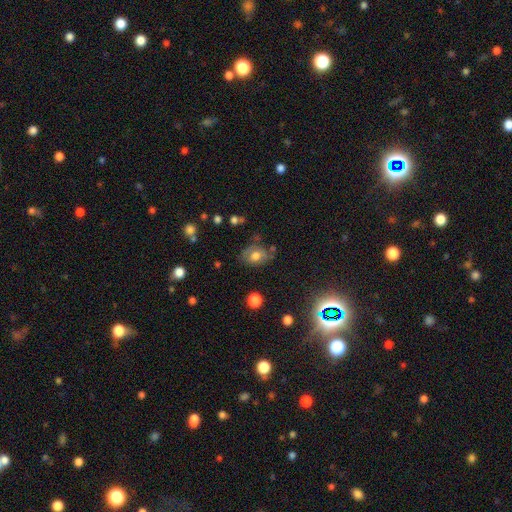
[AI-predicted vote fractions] Smooth or featured? smooth (63%)
How rounded? in between (69%)
Merging? none (61%)